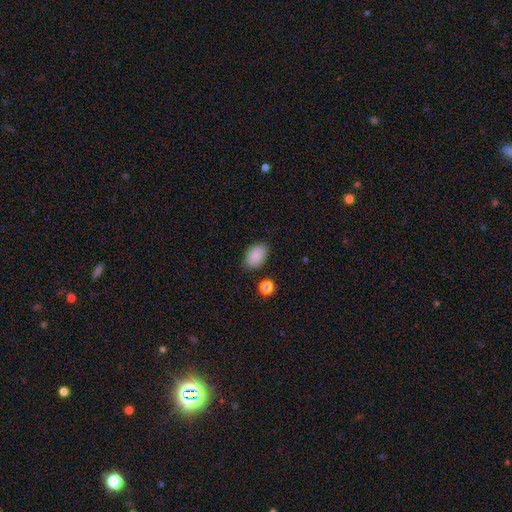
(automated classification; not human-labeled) smooth 89%, star or artifact 8%, featured or disk 4%. Down the decision tree: how rounded — in between (90%); merging — none (84%).